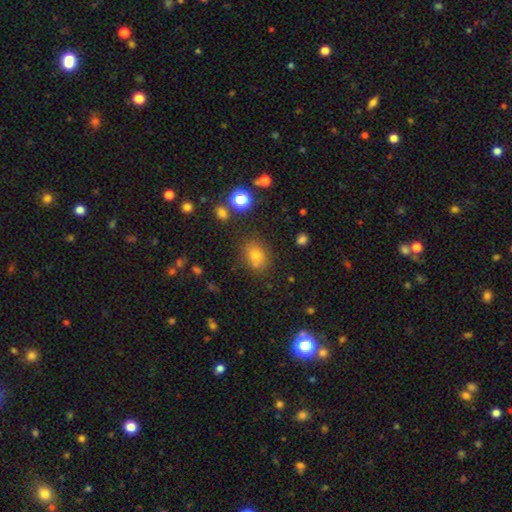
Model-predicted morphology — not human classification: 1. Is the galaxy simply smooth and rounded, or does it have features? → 73% smooth, 19% star or artifact, 9% featured or disk.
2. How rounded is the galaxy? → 51% round, 48% in between, 1% cigar-shaped.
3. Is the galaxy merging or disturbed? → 75% none, 13% minor disturbance, 8% merger, 4% major disturbance.